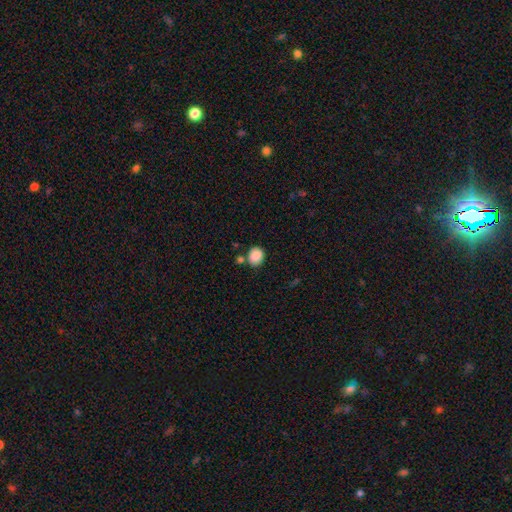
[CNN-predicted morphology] This is clearly a smooth galaxy (88%). How rounded: likely round (64%). Merging: likely none (71%).